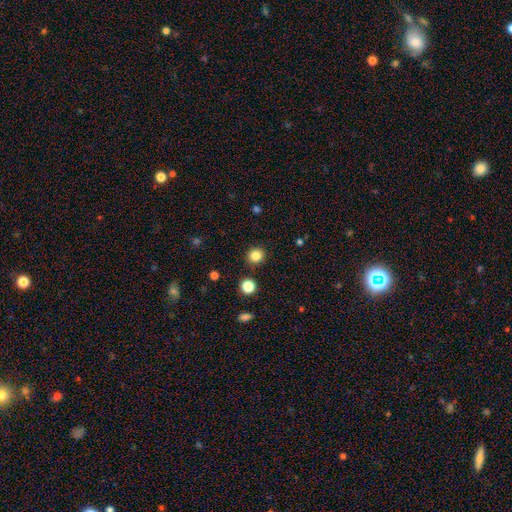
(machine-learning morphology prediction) A smooth galaxy with no disk features (83%) that is round (92%).

Vote fractions:
- Smooth or featured? smooth: 83% / star or artifact: 12% / featured or disk: 4%
- How rounded? round: 92% / in between: 7% / cigar-shaped: 1%
- Merging? none: 90% / minor disturbance: 6% / merger: 2% / major disturbance: 2%